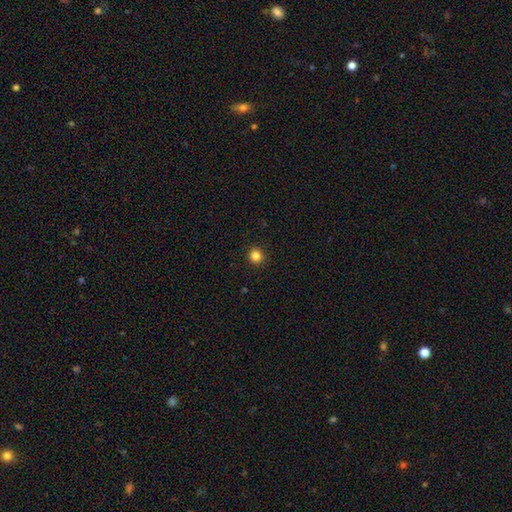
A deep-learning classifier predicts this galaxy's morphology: smooth_or_featured: smooth (p=0.84) [alt: star or artifact p=0.12]
how_rounded: round (p=0.94) [alt: in between p=0.05]
merging: none (p=0.93) [alt: minor disturbance p=0.05]